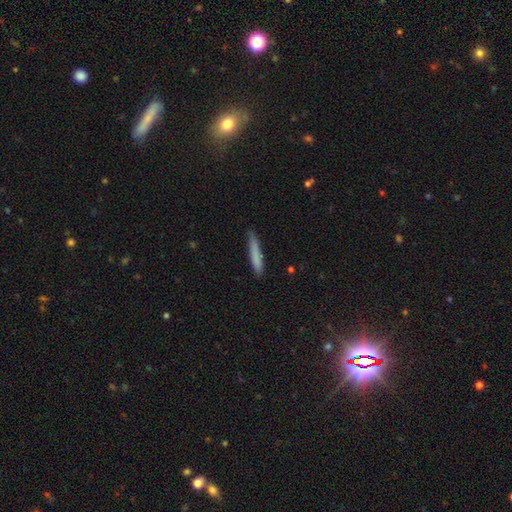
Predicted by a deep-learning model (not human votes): Smooth or featured? Predicted: smooth (p=0.79). How rounded? Predicted: cigar-shaped (p=0.93). Merging? Predicted: none (p=0.79).